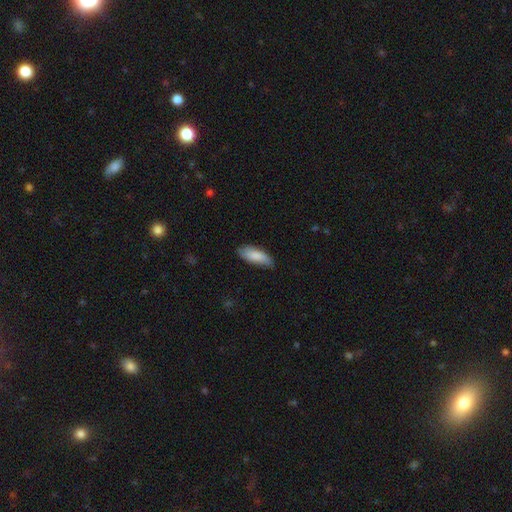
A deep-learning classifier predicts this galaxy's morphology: Overall: smooth (84%). How rounded: in between (68%; cigar-shaped 31%). Merging: none (73%).